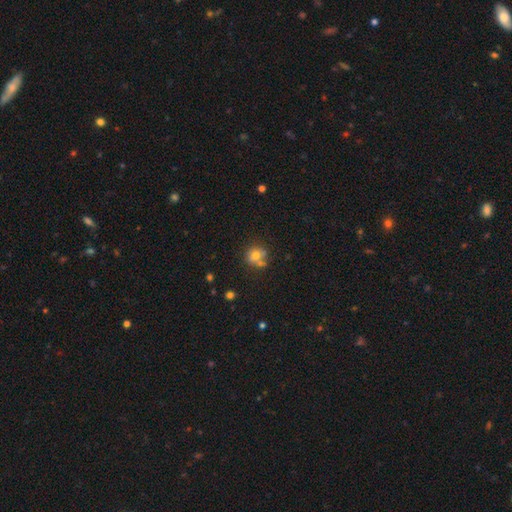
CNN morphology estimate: Smooth or featured? Predicted: smooth (p=0.68). How rounded? Predicted: round (p=0.78). Merging? Predicted: none (p=0.52).